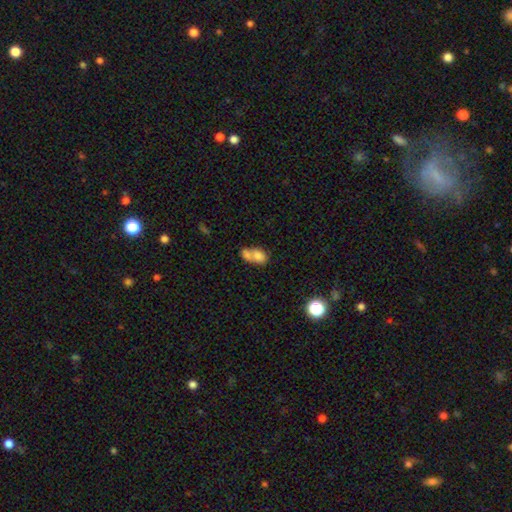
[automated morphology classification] Overall: smooth (72%). How rounded: in between (71%). Merging: merger (69%).